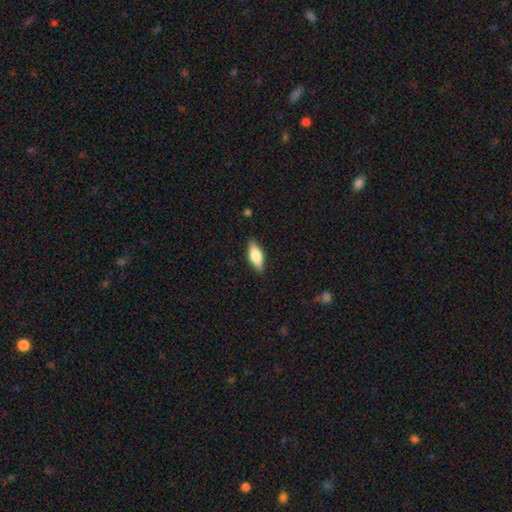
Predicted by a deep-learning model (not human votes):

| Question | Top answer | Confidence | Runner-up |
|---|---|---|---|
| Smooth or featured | smooth | 68% | featured or disk (25%) |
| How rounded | in between | 74% | cigar-shaped (24%) |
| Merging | none | 86% | minor disturbance (11%) |